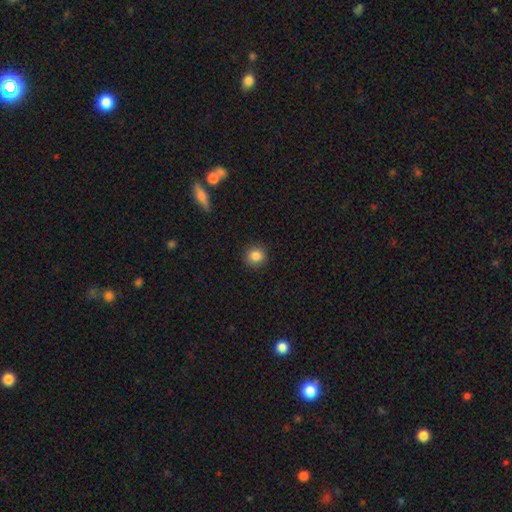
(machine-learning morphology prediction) This appears to be a smooth galaxy with no disk features (85%) that is round (91%). Merging: none (91%).